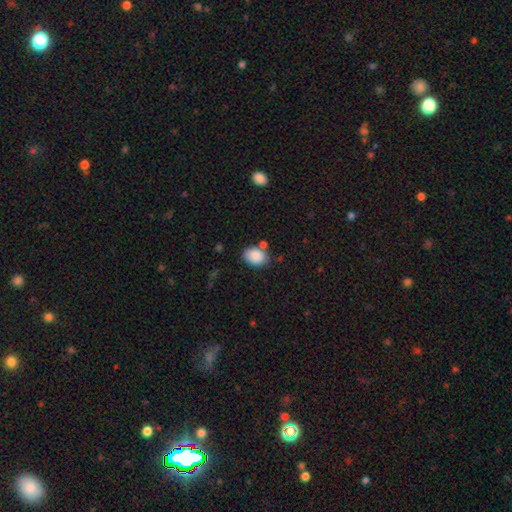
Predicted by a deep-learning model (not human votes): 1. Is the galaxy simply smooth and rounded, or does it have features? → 88% smooth, 7% star or artifact, 5% featured or disk.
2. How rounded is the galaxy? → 76% in between, 23% round, 1% cigar-shaped.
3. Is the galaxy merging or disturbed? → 71% none, 15% minor disturbance, 10% merger, 4% major disturbance.